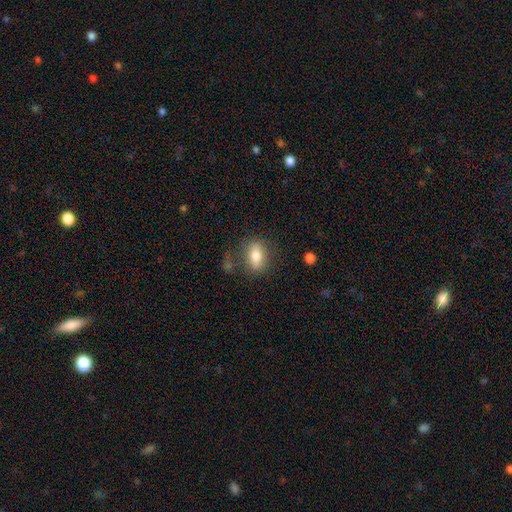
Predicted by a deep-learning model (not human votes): Q: Smooth or featured?
A: smooth (72%); runner-up: featured or disk (20%)
Q: How rounded?
A: in between (77%); runner-up: round (13%)
Q: Merging?
A: none (74%); runner-up: minor disturbance (15%)